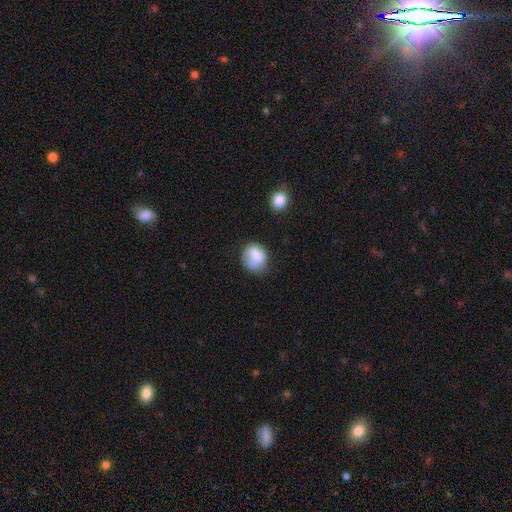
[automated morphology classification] A smooth galaxy with no disk features (79%) that is round (72%). Merging: none (57%).